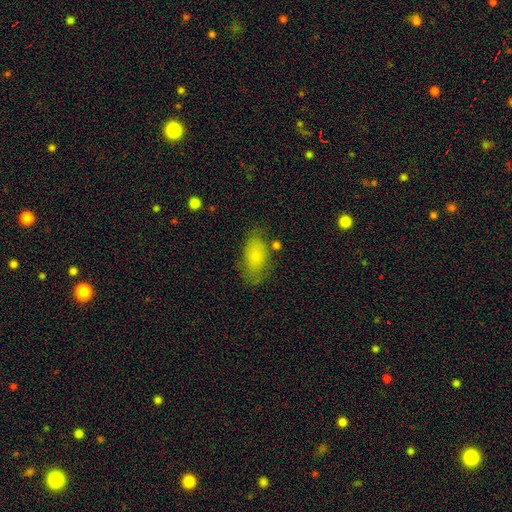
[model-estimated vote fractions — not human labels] smooth_or_featured: smooth (p=0.76) [alt: featured or disk p=0.16]
how_rounded: in between (p=0.92) [alt: round p=0.05]
merging: none (p=0.68) [alt: minor disturbance p=0.21]